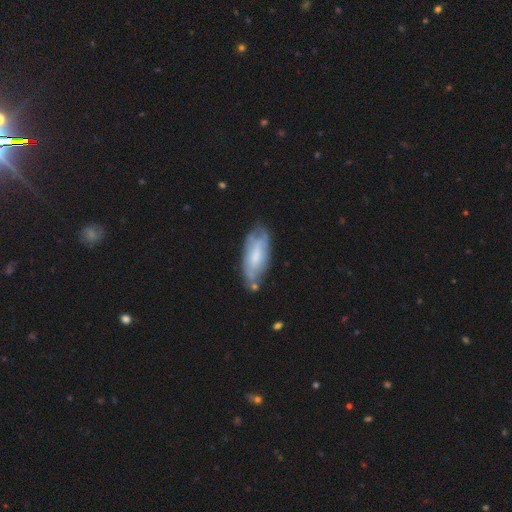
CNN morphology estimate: Overall: smooth (49%; featured or disk 45%). Merging: none (63%; minor disturbance 25%).